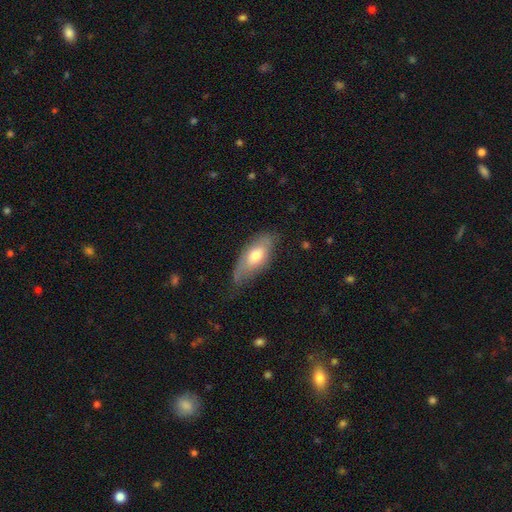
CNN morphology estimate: Overall: smooth (63%; featured or disk 31%). How rounded: in between (83%). Merging: none (57%; minor disturbance 32%).